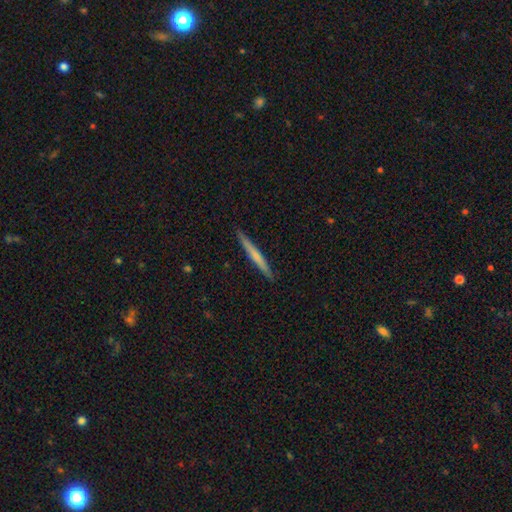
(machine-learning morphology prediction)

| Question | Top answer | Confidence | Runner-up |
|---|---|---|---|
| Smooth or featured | smooth | 51% | featured or disk (44%) |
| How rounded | cigar-shaped | 97% | in between (2%) |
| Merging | none | 91% | minor disturbance (6%) |